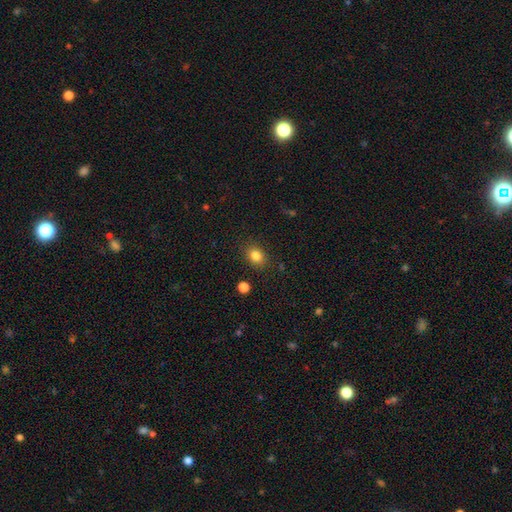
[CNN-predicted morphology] Smooth or featured: smooth — 84% (star or artifact — 11%)
How rounded: in between — 53% (round — 46%)
Merging: none — 85% (minor disturbance — 10%)